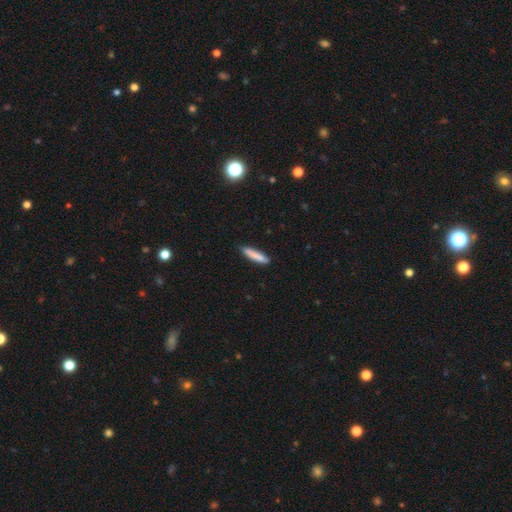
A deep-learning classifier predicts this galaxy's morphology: Smooth or featured?
  - smooth: 85% *
  - featured or disk: 9%
  - star or artifact: 6%
How rounded?
  - cigar-shaped: 87% *
  - in between: 12%
  - round: 1%
Merging?
  - none: 87% *
  - minor disturbance: 10%
  - major disturbance: 2%
  - merger: 1%